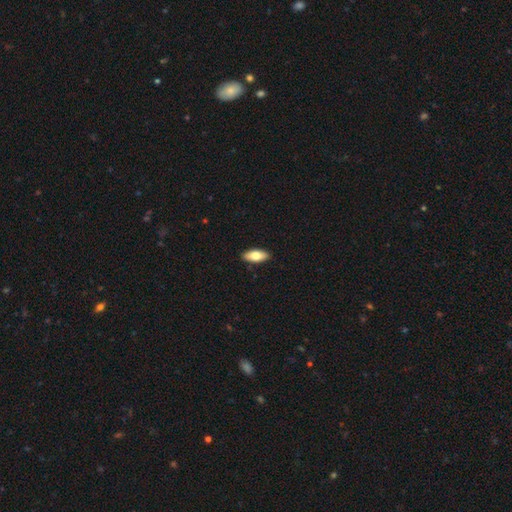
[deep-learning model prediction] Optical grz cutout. It shows a smooth galaxy with no disk features (76%) that is in between round and cigar-shaped (83%). Merging: none (90%).